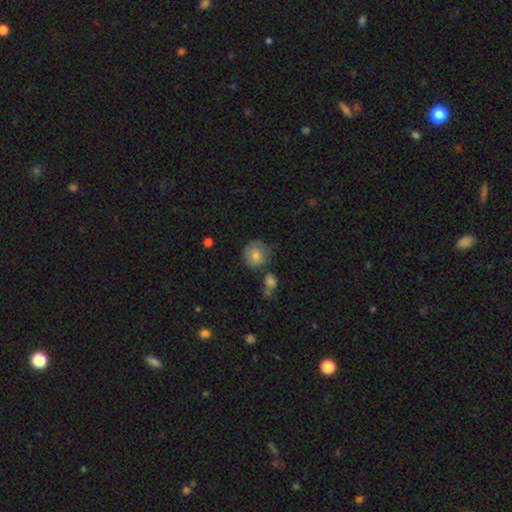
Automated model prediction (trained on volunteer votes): A smooth galaxy with no disk features (74%) that is round (84%). Merging: none (61%).